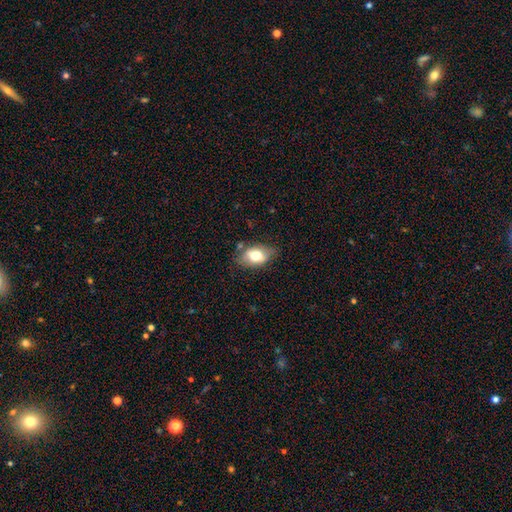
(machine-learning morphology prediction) type=smooth (68%); roundness=in between (85%); merging=none (70%).